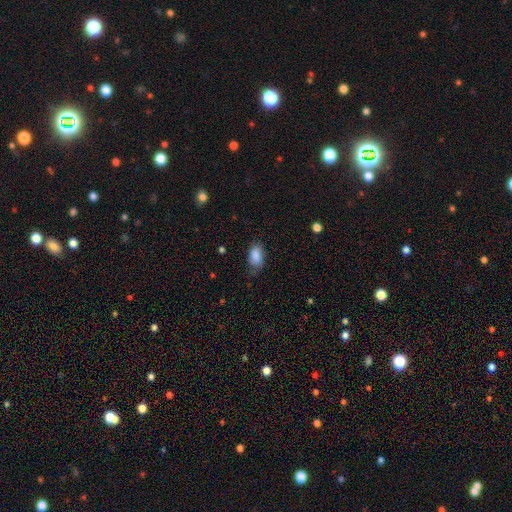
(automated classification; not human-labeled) smooth 86%, star or artifact 7%, featured or disk 7%. Down the decision tree: how rounded — in between (91%); merging — none (62%).